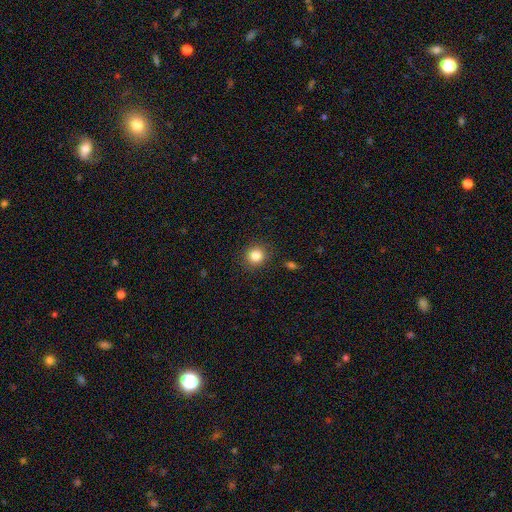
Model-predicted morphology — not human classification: Q: Smooth or featured?
A: smooth (83%); runner-up: star or artifact (11%)
Q: How rounded?
A: round (91%); runner-up: in between (8%)
Q: Merging?
A: none (90%); runner-up: minor disturbance (6%)